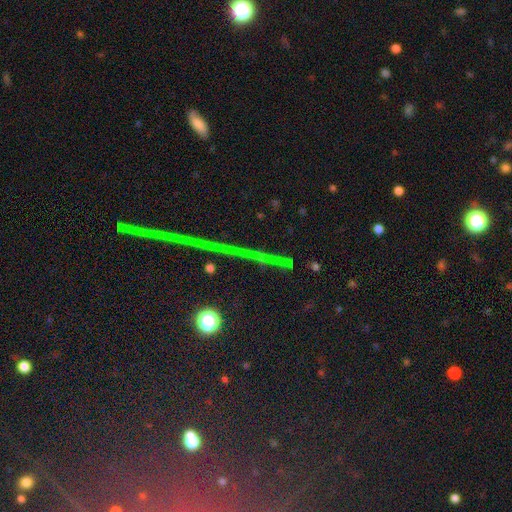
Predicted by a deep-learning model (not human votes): smooth-or-featured: star or artifact: 78% | featured or disk: 12% | smooth: 9%